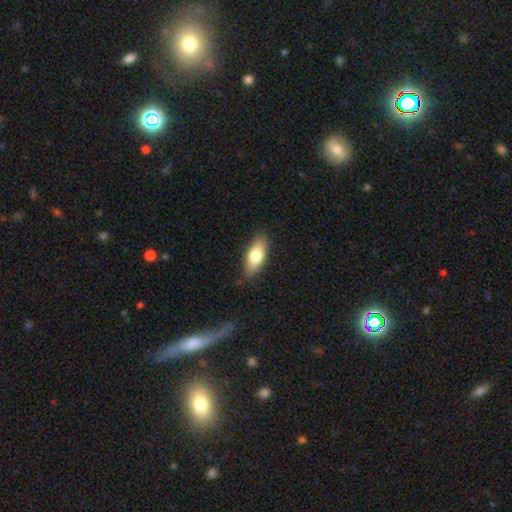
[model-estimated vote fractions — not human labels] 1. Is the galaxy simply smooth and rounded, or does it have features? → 75% smooth, 19% featured or disk, 6% star or artifact.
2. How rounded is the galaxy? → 80% in between, 17% cigar-shaped, 3% round.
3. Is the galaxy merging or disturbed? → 86% none, 10% minor disturbance, 2% major disturbance, 1% merger.